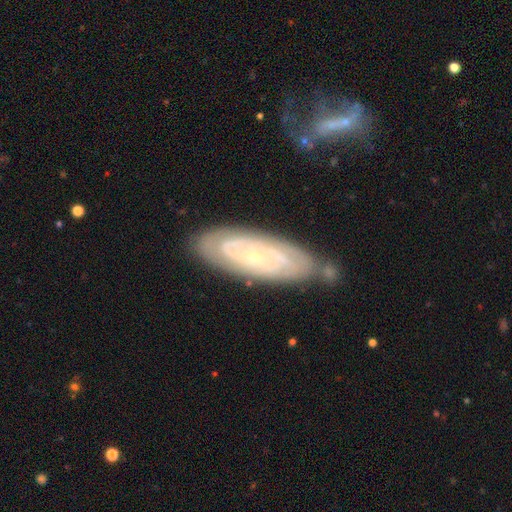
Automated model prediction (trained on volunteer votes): A featured or disk galaxy (81%) with no bar (71%), tight (79%) spiral arms (92%) and a small central bulge (81%). Merging: none (71%).